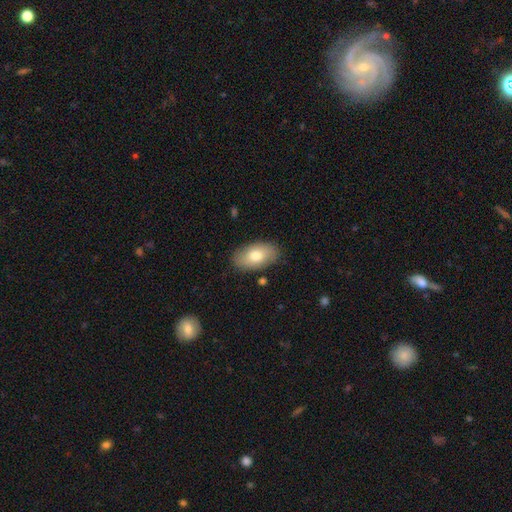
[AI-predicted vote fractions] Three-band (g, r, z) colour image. It shows a smooth galaxy with no disk features (75%) that is in between round and cigar-shaped (93%). Merging: none (85%).